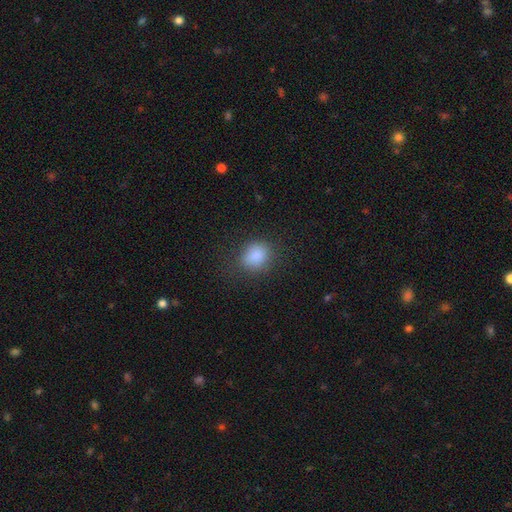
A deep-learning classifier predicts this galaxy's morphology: smooth_or_featured: smooth (p=0.86) [alt: star or artifact p=0.10]
how_rounded: round (p=0.63) [alt: in between p=0.36]
merging: none (p=0.76) [alt: minor disturbance p=0.16]